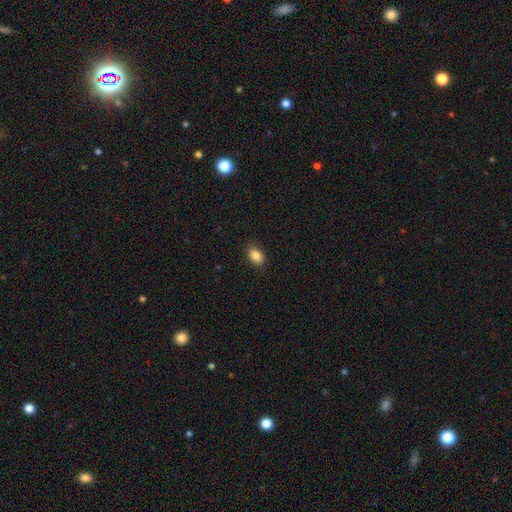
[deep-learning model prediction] Smooth or featured?
  - smooth: 87% *
  - star or artifact: 9%
  - featured or disk: 4%
How rounded?
  - in between: 86% *
  - round: 12%
  - cigar-shaped: 2%
Merging?
  - none: 88% *
  - minor disturbance: 9%
  - major disturbance: 2%
  - merger: 1%